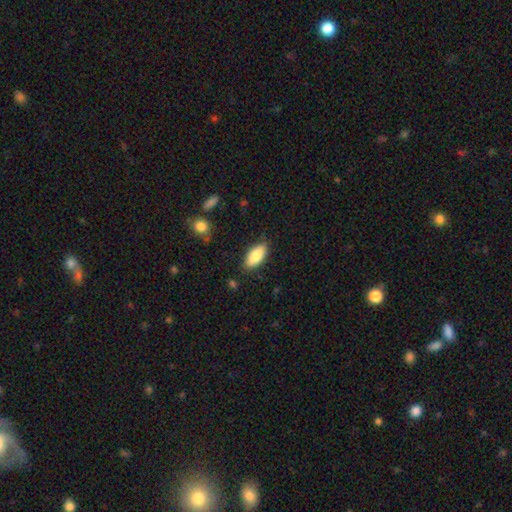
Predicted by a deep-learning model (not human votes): Smooth or featured?
  - smooth: 84% *
  - featured or disk: 10%
  - star or artifact: 6%
How rounded?
  - in between: 90% *
  - cigar-shaped: 8%
  - round: 2%
Merging?
  - none: 83% *
  - minor disturbance: 13%
  - major disturbance: 2%
  - merger: 2%